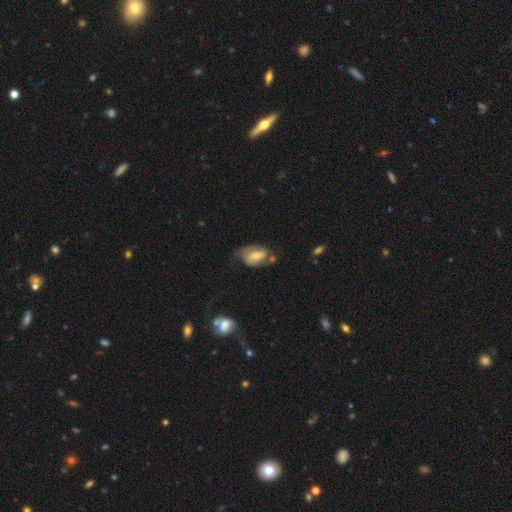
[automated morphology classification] Overall: featured or disk (51%; smooth 42%). Edge-on disk: no (93%). Merging: none (42%; minor disturbance 29%).